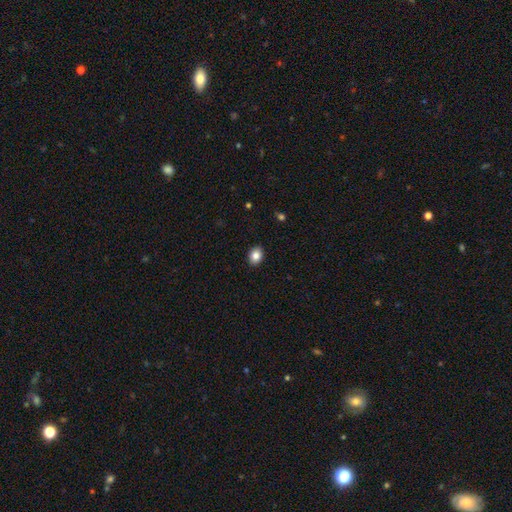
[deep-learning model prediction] The model was most divided on "how rounded": in between: 66%, round: 34%, cigar-shaped: 1%. More confident: merging — none (91%); smooth or featured — smooth (85%).